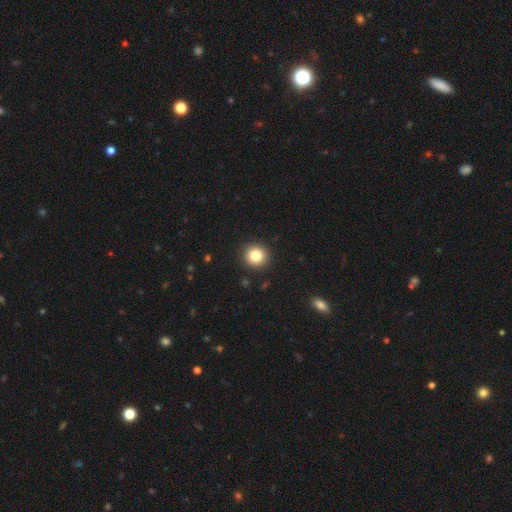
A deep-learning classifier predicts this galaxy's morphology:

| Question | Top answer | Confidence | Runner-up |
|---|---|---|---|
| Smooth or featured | smooth | 84% | star or artifact (10%) |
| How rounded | round | 93% | in between (6%) |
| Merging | none | 92% | minor disturbance (5%) |